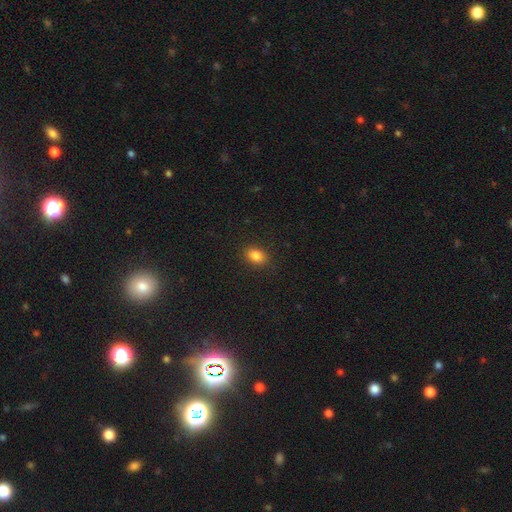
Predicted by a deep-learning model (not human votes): Smooth or featured? Predicted: smooth (p=0.84). How rounded? Predicted: in between (p=0.76). Merging? Predicted: none (p=0.88).